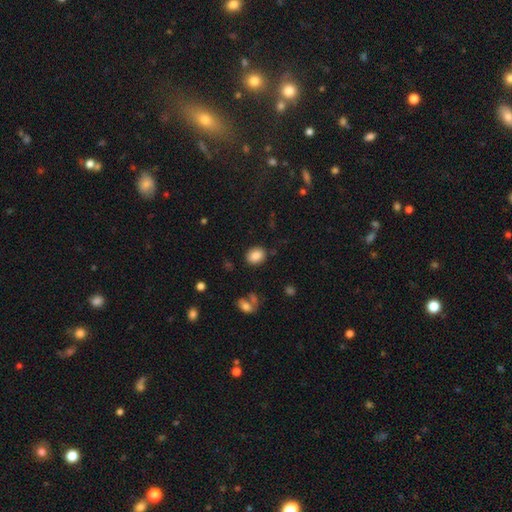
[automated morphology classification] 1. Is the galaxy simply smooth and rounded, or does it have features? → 86% smooth, 9% star or artifact, 5% featured or disk.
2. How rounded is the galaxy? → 51% in between, 48% round, 1% cigar-shaped.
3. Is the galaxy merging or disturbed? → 85% none, 9% minor disturbance, 3% major disturbance, 2% merger.